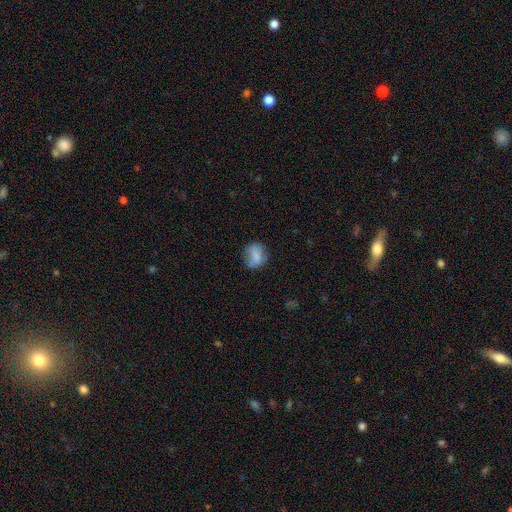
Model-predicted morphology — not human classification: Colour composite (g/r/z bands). It shows a smooth galaxy with no disk features (73%) that is round (58%). Merging: none (64%).